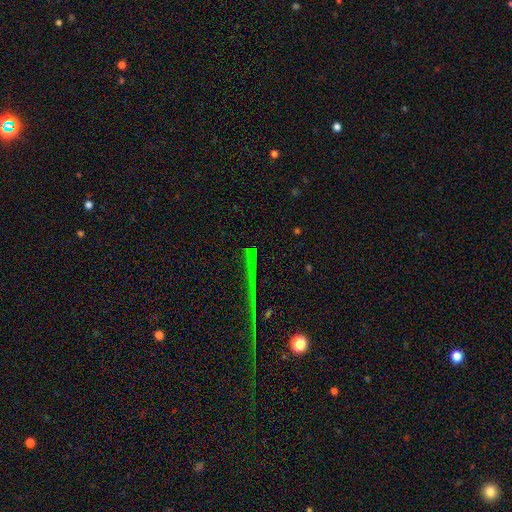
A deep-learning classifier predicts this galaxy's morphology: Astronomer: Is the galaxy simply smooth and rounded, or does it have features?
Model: star or artifact — 77%.